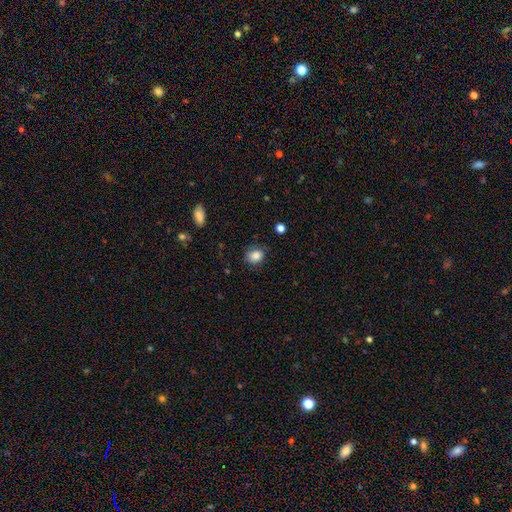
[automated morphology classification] This appears to be a smooth galaxy with no disk features (85%) that is round (60%). Merging: none (76%).